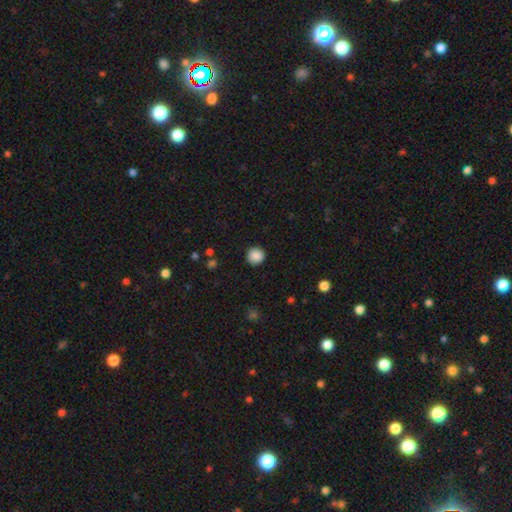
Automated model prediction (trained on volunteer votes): The model was most divided on "smooth or featured": smooth: 88%, star or artifact: 9%, featured or disk: 3%. More confident: how rounded — round (94%); merging — none (91%).